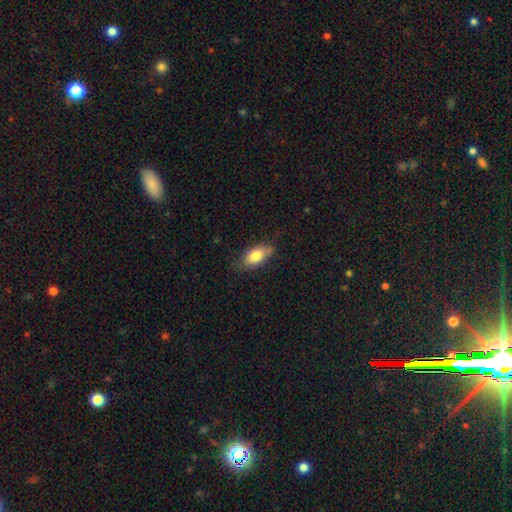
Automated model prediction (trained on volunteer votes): Smooth or featured?
  - smooth: 77% *
  - featured or disk: 16%
  - star or artifact: 7%
How rounded?
  - in between: 87% *
  - cigar-shaped: 9%
  - round: 4%
Merging?
  - none: 68% *
  - minor disturbance: 25%
  - major disturbance: 5%
  - merger: 2%